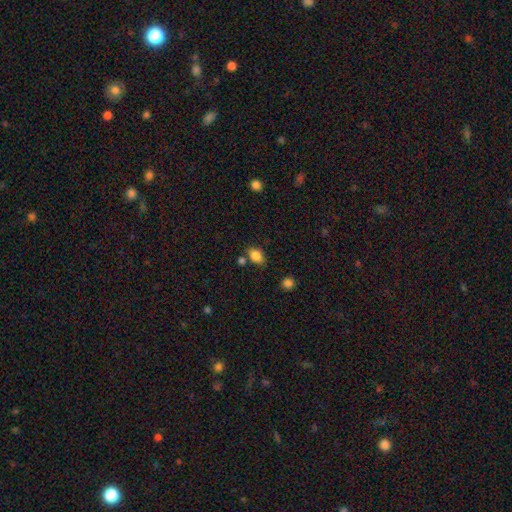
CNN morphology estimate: This appears to be a smooth galaxy with no disk features (84%) that is in between round and cigar-shaped (70%). Merging: none (68%).